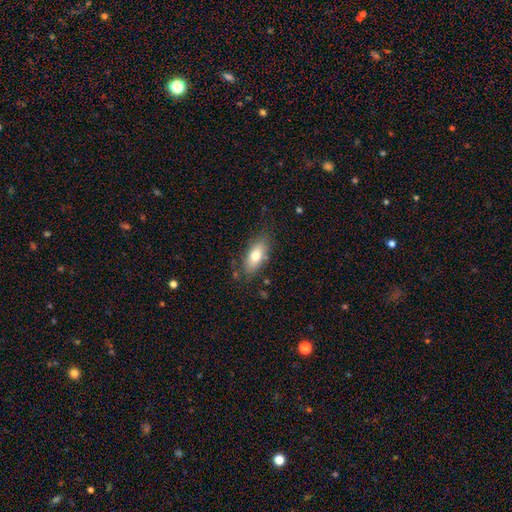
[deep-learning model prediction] A smooth galaxy with no disk features (75%) that is in between round and cigar-shaped (84%).

Vote fractions:
- Smooth or featured? smooth: 75% / featured or disk: 18% / star or artifact: 7%
- How rounded? in between: 84% / cigar-shaped: 13% / round: 3%
- Merging? none: 77% / minor disturbance: 16% / major disturbance: 4% / merger: 3%